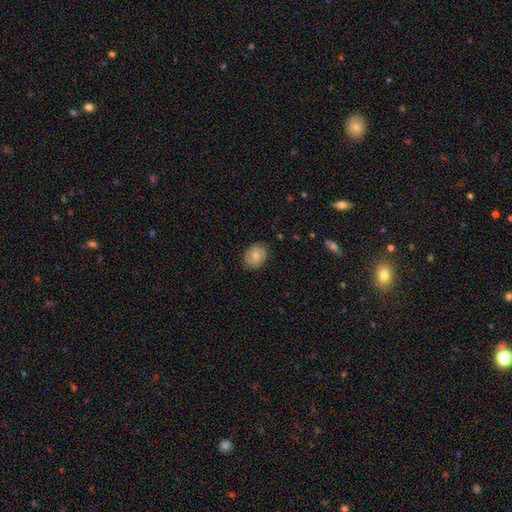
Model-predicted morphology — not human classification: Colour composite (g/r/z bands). It shows a smooth galaxy with no disk features (68%) that is in between round and cigar-shaped (50%). Merging: none (82%).